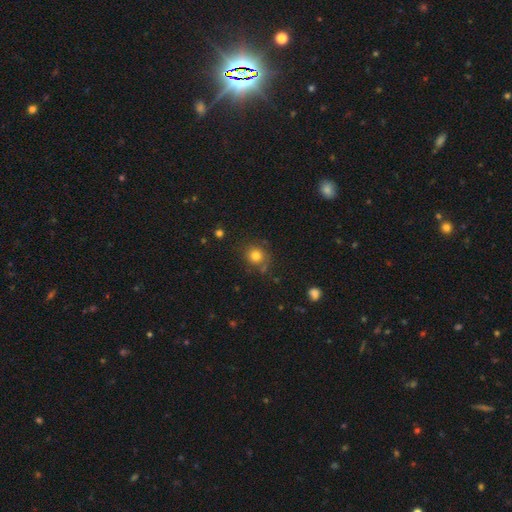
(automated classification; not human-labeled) smooth-or-featured: smooth: 80% | star or artifact: 12% | featured or disk: 8%
  how-rounded: round: 86% | in between: 13% | cigar-shaped: 1%
  merging: none: 75% | minor disturbance: 16% | major disturbance: 5% | merger: 5%